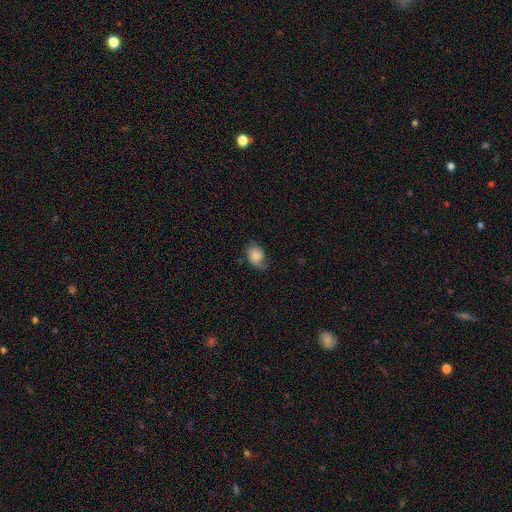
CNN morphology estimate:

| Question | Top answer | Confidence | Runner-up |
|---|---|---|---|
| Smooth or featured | smooth | 74% | featured or disk (19%) |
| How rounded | in between | 79% | round (20%) |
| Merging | none | 61% | minor disturbance (29%) |